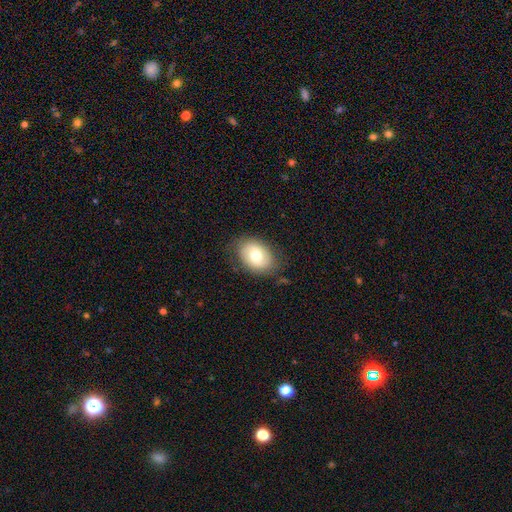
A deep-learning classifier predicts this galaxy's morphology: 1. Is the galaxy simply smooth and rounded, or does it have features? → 69% smooth, 24% featured or disk, 7% star or artifact.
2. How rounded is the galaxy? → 77% in between, 23% round, 1% cigar-shaped.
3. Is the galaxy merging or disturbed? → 79% none, 15% minor disturbance, 5% major disturbance, 1% merger.